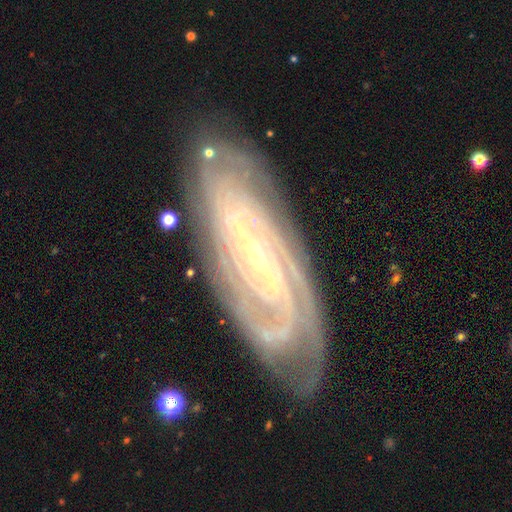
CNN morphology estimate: Q: Smooth or featured?
A: featured or disk (88%); runner-up: smooth (6%)
Q: Edge-on disk?
A: no (90%); runner-up: yes (10%)
Q: Bar?
A: weak (36%); tied with: no (36%)
Q: Spiral arms?
A: yes (97%); runner-up: no (3%)
Q: Spiral winding?
A: tight (75%); runner-up: medium (21%)
Q: Spiral arm count?
A: can't tell (31%); runner-up: 2 (21%)
Q: Bulge size?
A: small (76%); runner-up: moderate (20%)
Q: Merging?
A: none (79%); runner-up: minor disturbance (15%)